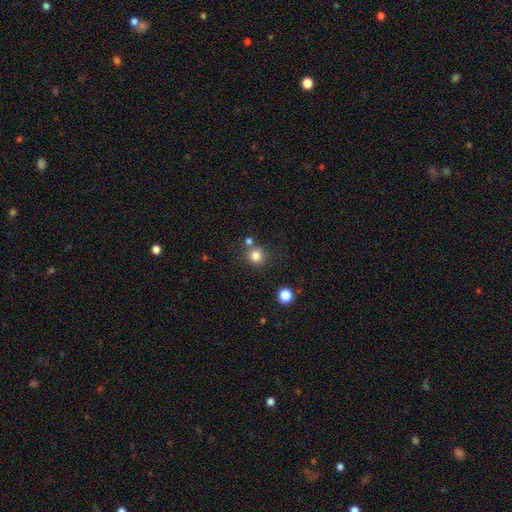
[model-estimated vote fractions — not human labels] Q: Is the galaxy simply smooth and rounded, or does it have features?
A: smooth — 81%.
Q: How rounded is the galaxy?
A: round — 90%.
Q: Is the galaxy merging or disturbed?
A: none — 73%.